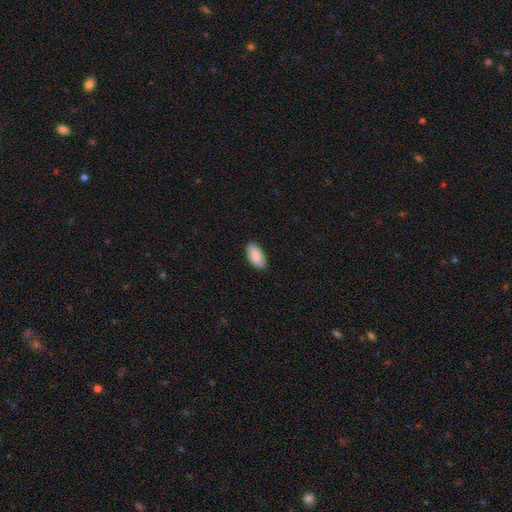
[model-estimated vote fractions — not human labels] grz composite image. It shows a smooth galaxy with no disk features (89%) that is in between round and cigar-shaped (94%). Merging: none (88%).